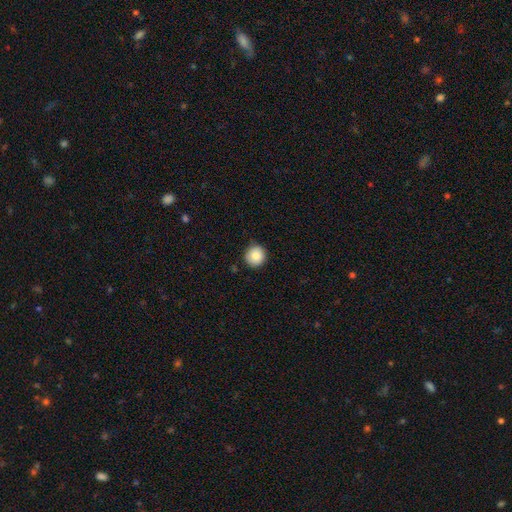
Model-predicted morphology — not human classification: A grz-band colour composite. It shows a smooth galaxy with no disk features (85%) that is round (93%). Merging: none (86%).